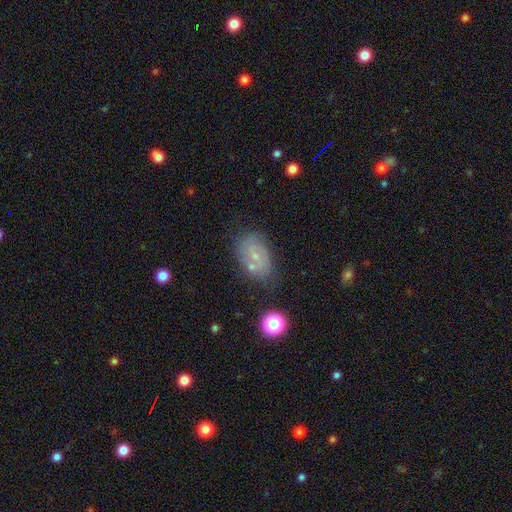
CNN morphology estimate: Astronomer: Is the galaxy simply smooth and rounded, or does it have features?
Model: smooth — 49% (runner-up: featured or disk, 37%).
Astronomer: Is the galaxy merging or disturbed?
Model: none — 66%.